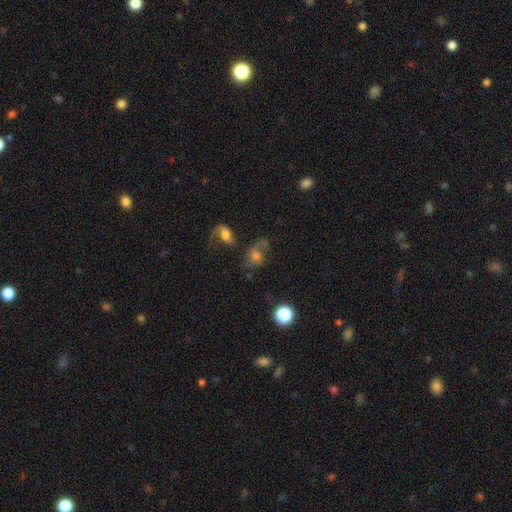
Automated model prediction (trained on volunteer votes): Smooth or featured?
  - smooth: 46% *
  - featured or disk: 34%
  - star or artifact: 20%
Merging?
  - none: 39% *
  - major disturbance: 23%
  - merger: 20%
  - minor disturbance: 18%